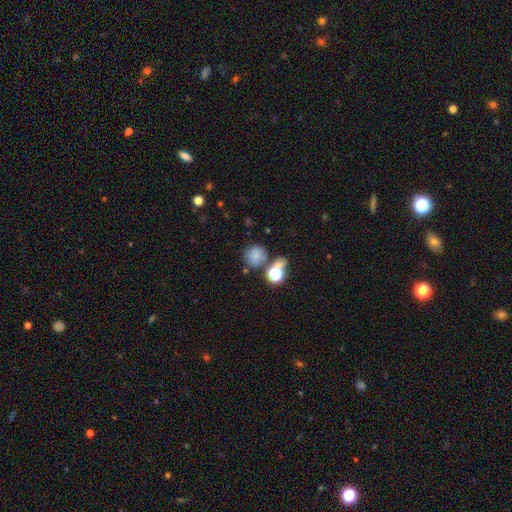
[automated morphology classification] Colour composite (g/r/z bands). It shows a smooth galaxy with no disk features (72%) that is round (87%). Merging: none (58%).